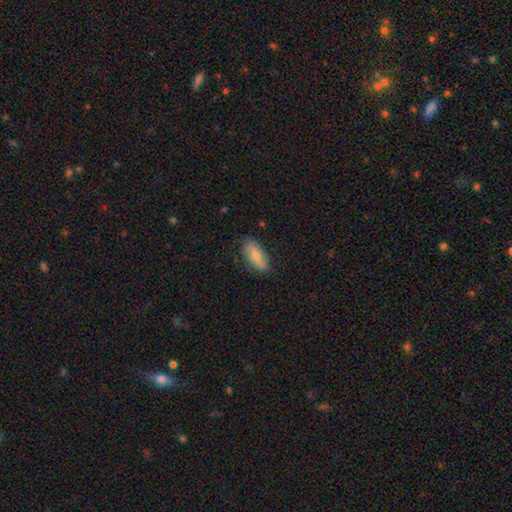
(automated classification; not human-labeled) Smooth or featured? Predicted: smooth (p=0.57). How rounded? Predicted: in between (p=0.80). Merging? Predicted: none (p=0.82).